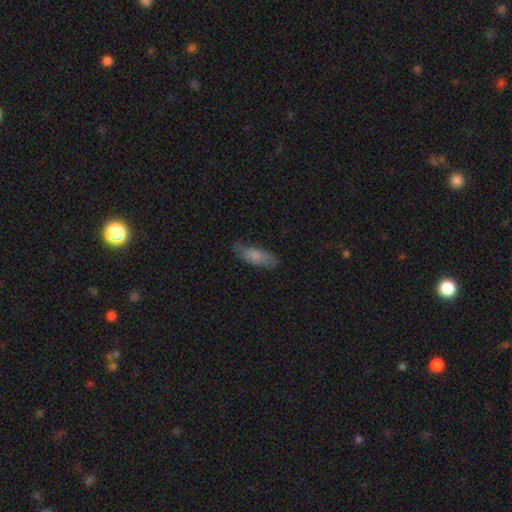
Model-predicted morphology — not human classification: Smooth or featured? smooth (78%)
How rounded? in between (65%)
Merging? none (70%)